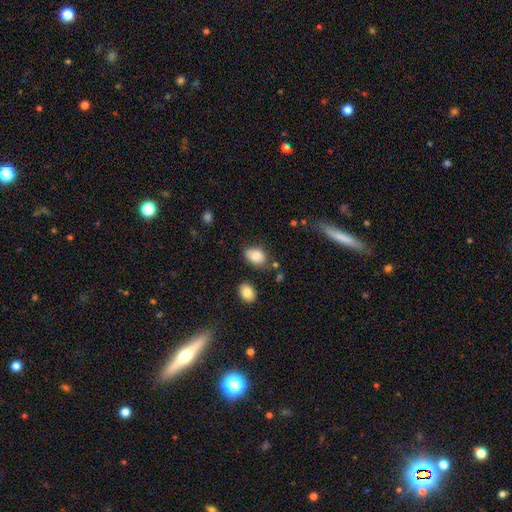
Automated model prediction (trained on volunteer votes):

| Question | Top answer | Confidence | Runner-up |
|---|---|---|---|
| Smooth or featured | smooth | 81% | featured or disk (11%) |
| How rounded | in between | 79% | round (20%) |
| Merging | none | 71% | minor disturbance (20%) |